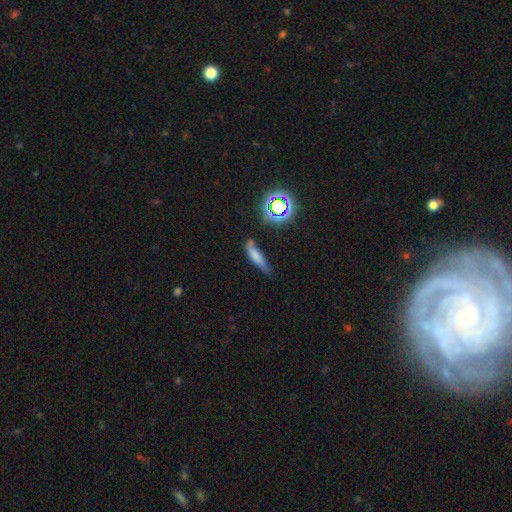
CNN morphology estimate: Smooth or featured? smooth (66%)
How rounded? cigar-shaped (67%)
Merging? none (49%)